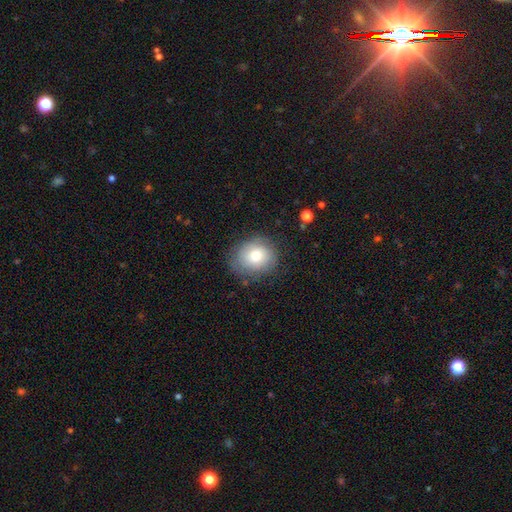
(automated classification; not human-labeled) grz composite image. It shows a smooth galaxy with no disk features (75%) that is round (62%). Merging: none (78%).